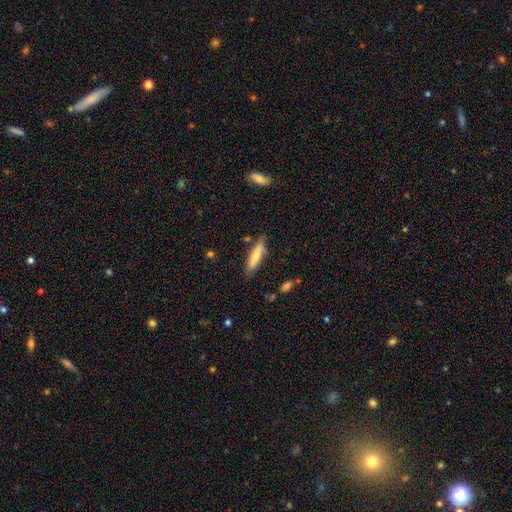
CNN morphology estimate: Smooth or featured?
  - smooth: 70% *
  - featured or disk: 24%
  - star or artifact: 6%
How rounded?
  - cigar-shaped: 74% *
  - in between: 25%
  - round: 1%
Merging?
  - none: 78% *
  - minor disturbance: 16%
  - merger: 3%
  - major disturbance: 3%